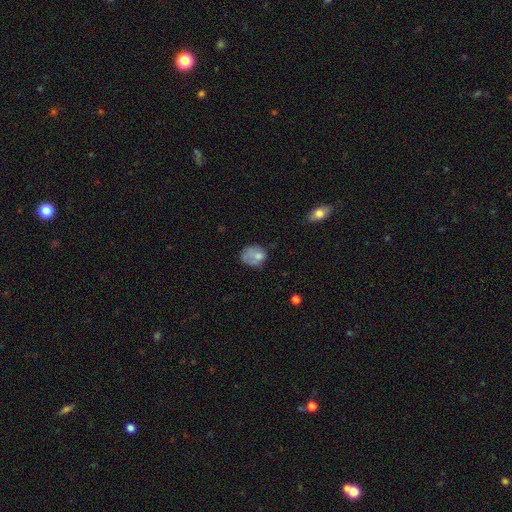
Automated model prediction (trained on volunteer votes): This appears to be a smooth galaxy with no disk features (68%) that is round (50%). Merging: none (38%).